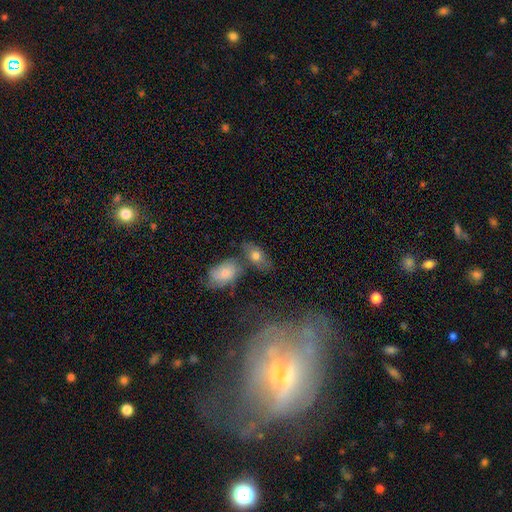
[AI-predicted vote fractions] Smooth or featured: smooth — 69% (featured or disk — 22%)
How rounded: in between — 85% (round — 10%)
Merging: none — 56% (merger — 24%)